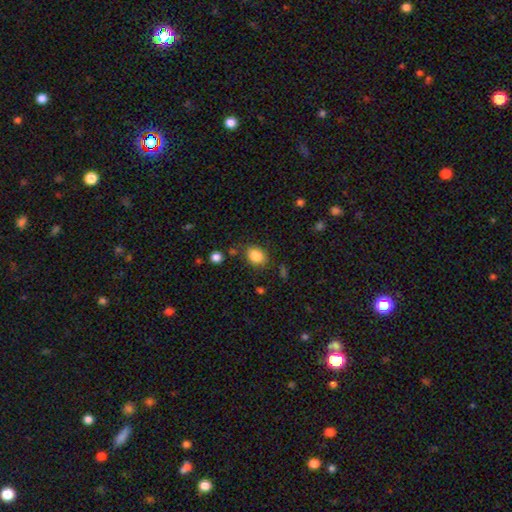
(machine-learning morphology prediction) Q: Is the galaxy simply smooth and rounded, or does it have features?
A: smooth — 86%.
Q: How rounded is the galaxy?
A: in between — 62%.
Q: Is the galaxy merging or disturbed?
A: none — 78%.